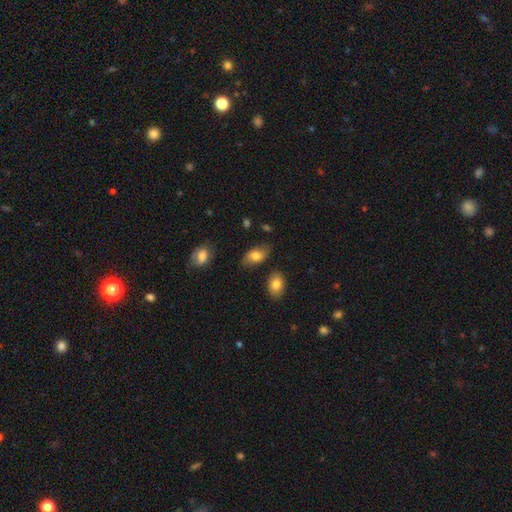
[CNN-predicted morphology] A smooth galaxy with no disk features (77%) that is in between round and cigar-shaped (92%). Merging: none (77%).